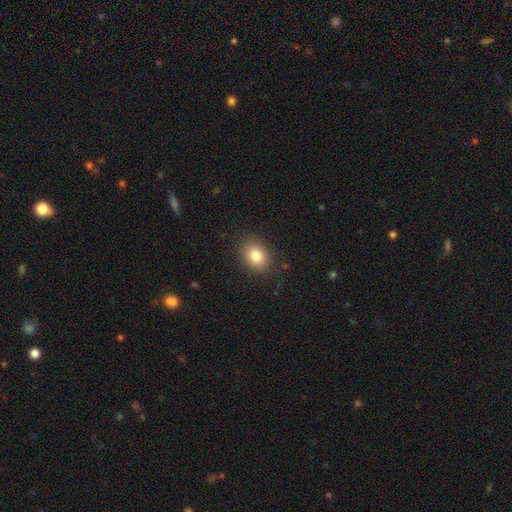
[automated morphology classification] This appears to be a smooth galaxy with no disk features (82%) that is in between round and cigar-shaped (57%). Merging: none (87%).